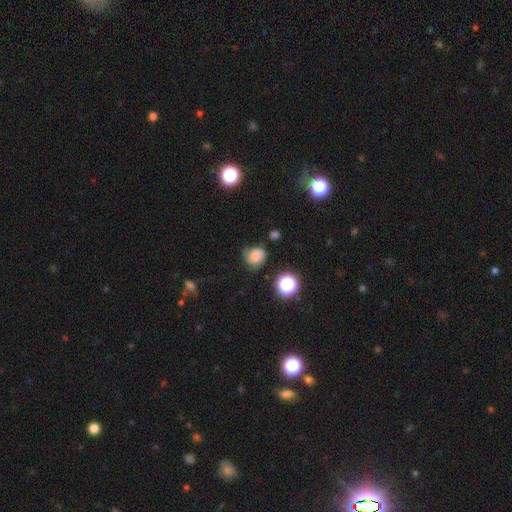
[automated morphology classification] smooth_or_featured: smooth (p=0.72) [alt: star or artifact p=0.15]
how_rounded: round (p=0.71) [alt: in between p=0.29]
merging: none (p=0.51) [alt: minor disturbance p=0.32]